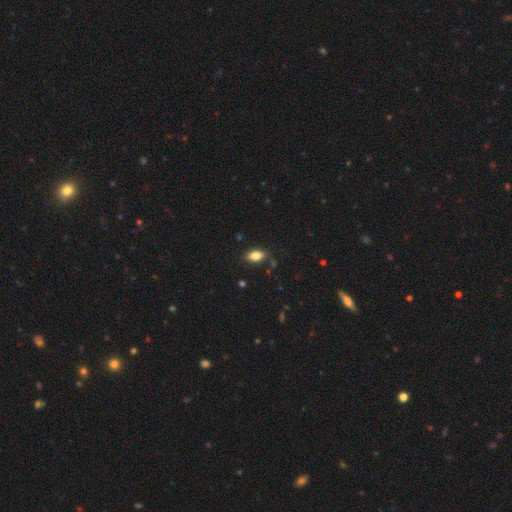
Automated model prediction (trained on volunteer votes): Smooth or featured?
  - smooth: 84% *
  - star or artifact: 9%
  - featured or disk: 7%
How rounded?
  - in between: 90% *
  - round: 7%
  - cigar-shaped: 3%
Merging?
  - none: 84% *
  - minor disturbance: 12%
  - major disturbance: 3%
  - merger: 2%